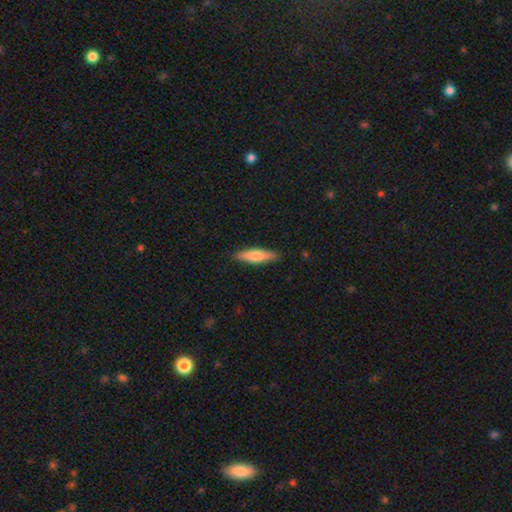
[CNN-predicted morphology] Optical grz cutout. It shows a smooth galaxy with no disk features (70%) that is cigar-shaped (70%). Merging: none (88%).